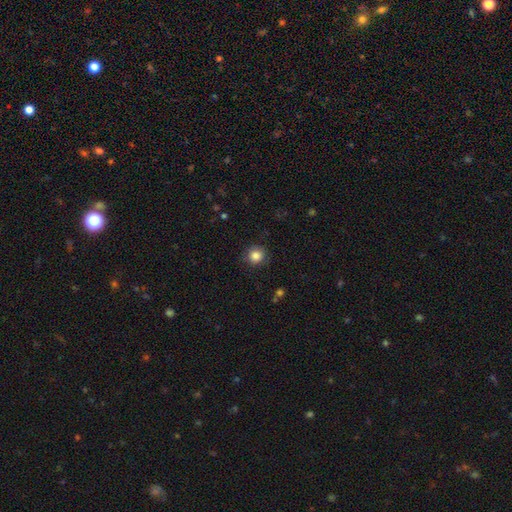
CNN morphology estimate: A smooth galaxy with no disk features (84%) that is round (91%). Merging: none (86%).